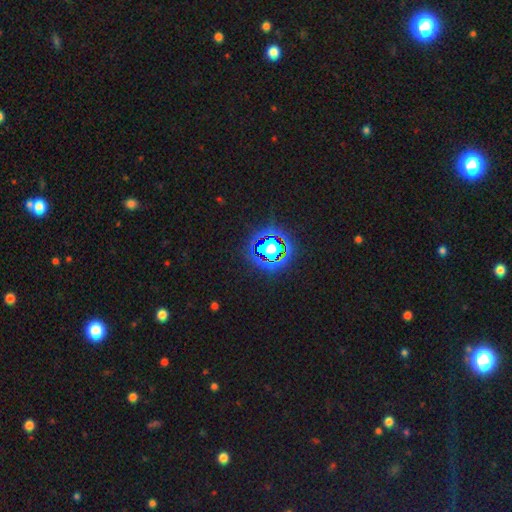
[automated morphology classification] star or artifact 82%, smooth 11%, featured or disk 7%.